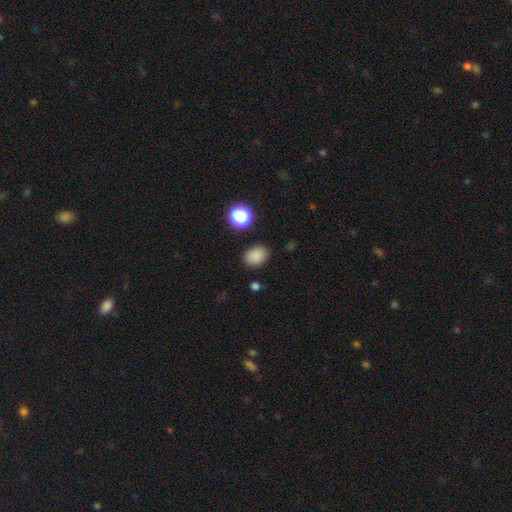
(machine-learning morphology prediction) Overall: smooth (85%). How rounded: in between (64%; round 35%). Merging: none (85%).